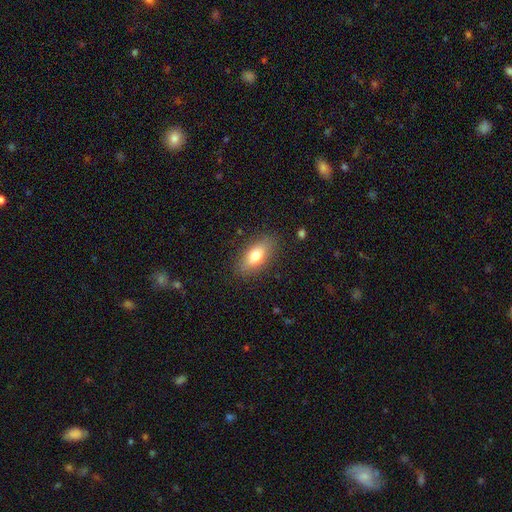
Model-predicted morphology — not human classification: smooth-or-featured: smooth: 76% | featured or disk: 16% | star or artifact: 7%
  how-rounded: in between: 83% | cigar-shaped: 13% | round: 4%
  merging: none: 85% | minor disturbance: 11% | major disturbance: 3% | merger: 1%